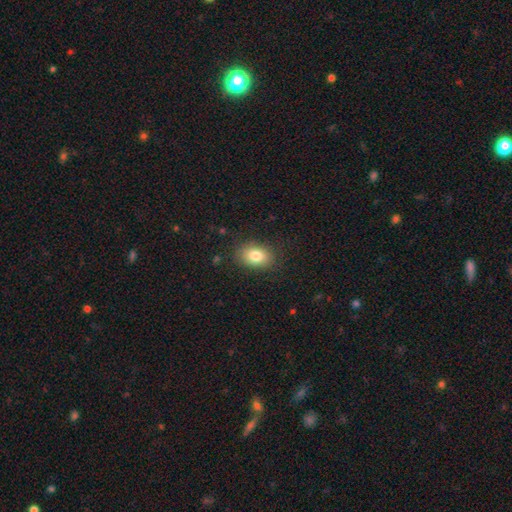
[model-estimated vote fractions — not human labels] A smooth galaxy with no disk features (81%) that is in between round and cigar-shaped (78%).

Vote fractions:
- Smooth or featured? smooth: 81% / featured or disk: 10% / star or artifact: 9%
- How rounded? in between: 78% / round: 21% / cigar-shaped: 1%
- Merging? none: 85% / minor disturbance: 11% / major disturbance: 3% / merger: 1%